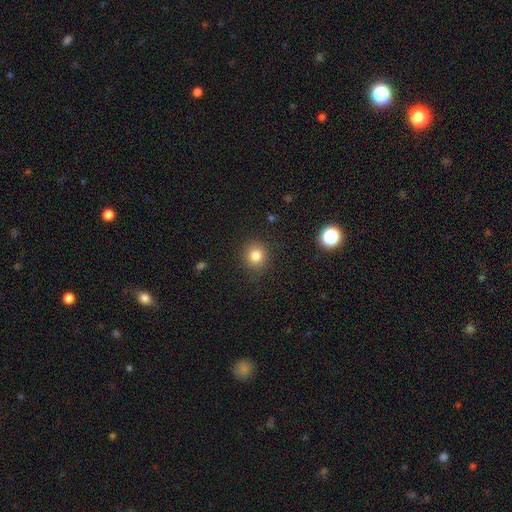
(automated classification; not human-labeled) smooth 82%, star or artifact 12%, featured or disk 6%. Down the decision tree: how rounded — round (88%); merging — none (88%).